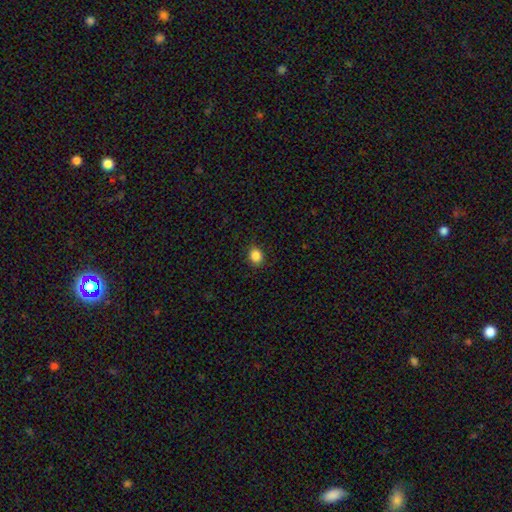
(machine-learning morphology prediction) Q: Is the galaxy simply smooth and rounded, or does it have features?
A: smooth — 86%.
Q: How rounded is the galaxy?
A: round — 68%.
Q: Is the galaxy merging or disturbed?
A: none — 90%.